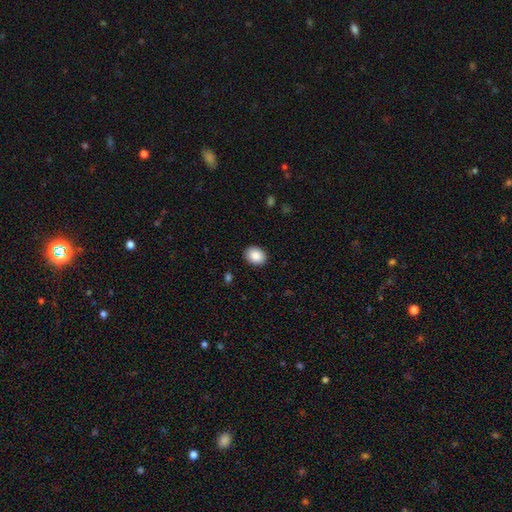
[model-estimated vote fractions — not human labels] This appears to be a smooth galaxy with no disk features (89%) that is in between round and cigar-shaped (54%). Merging: none (91%).